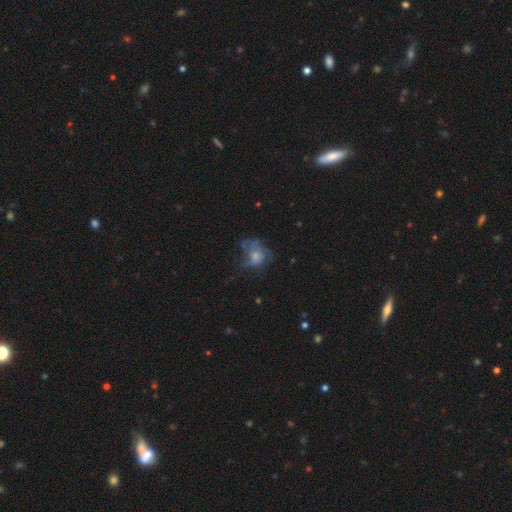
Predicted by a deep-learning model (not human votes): smooth_or_featured: featured or disk (p=0.48) [alt: smooth p=0.39]
merging: major disturbance (p=0.40) [alt: none p=0.35]